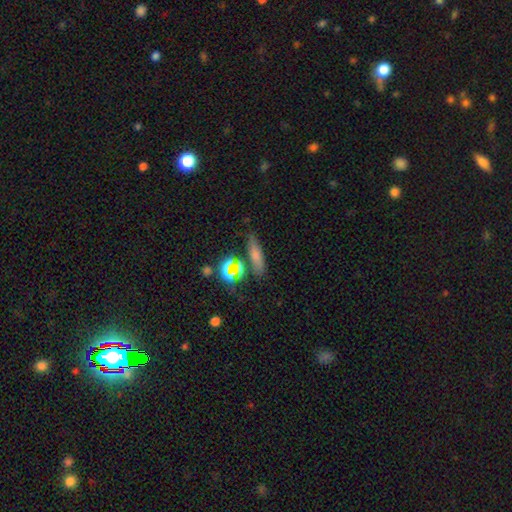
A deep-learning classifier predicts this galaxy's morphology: Smooth or featured? Predicted: smooth (p=0.66). How rounded? Predicted: cigar-shaped (p=0.58). Merging? Predicted: none (p=0.76).